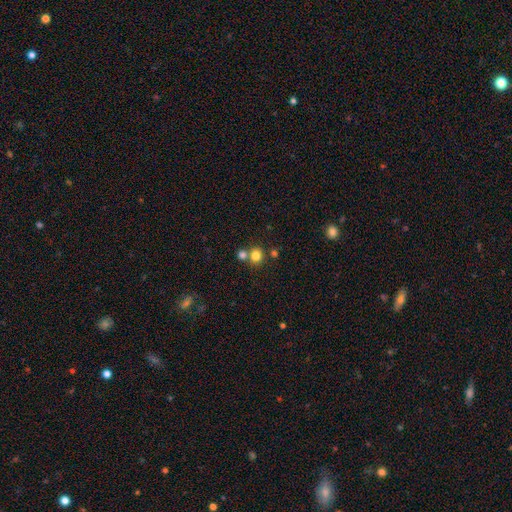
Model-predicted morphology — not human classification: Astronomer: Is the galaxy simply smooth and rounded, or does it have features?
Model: smooth — 80%.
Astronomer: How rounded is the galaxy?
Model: round — 86%.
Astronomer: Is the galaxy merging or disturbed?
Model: none — 62%.